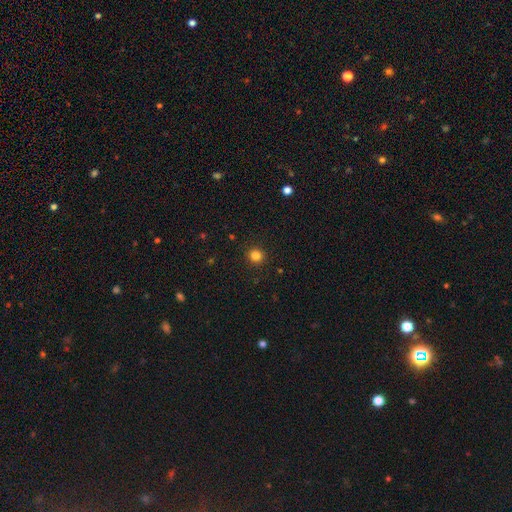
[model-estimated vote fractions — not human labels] smooth 83%, star or artifact 13%, featured or disk 4%. Down the decision tree: how rounded — round (93%); merging — none (92%).